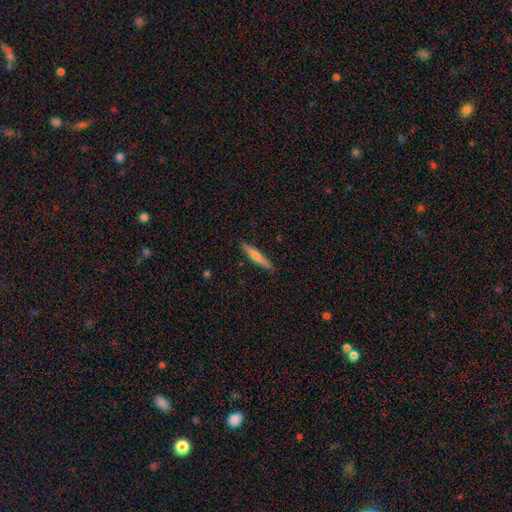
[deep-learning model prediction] Smooth or featured?
  - smooth: 59% *
  - featured or disk: 36%
  - star or artifact: 6%
How rounded?
  - cigar-shaped: 93% *
  - in between: 6%
  - round: 1%
Merging?
  - none: 90% *
  - minor disturbance: 7%
  - major disturbance: 2%
  - merger: 1%